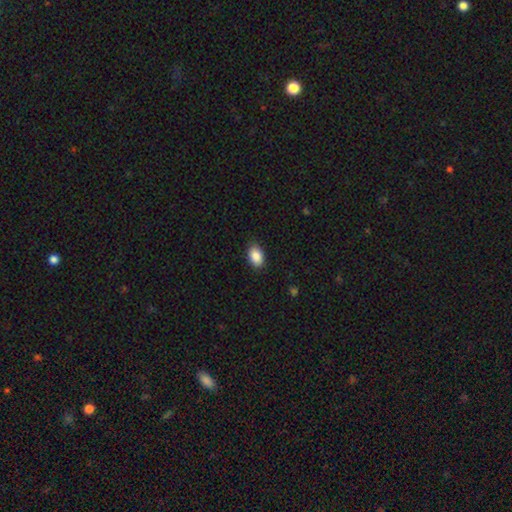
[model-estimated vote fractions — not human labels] Smooth or featured?
  - smooth: 89% *
  - star or artifact: 7%
  - featured or disk: 4%
How rounded?
  - in between: 88% *
  - round: 11%
  - cigar-shaped: 1%
Merging?
  - none: 87% *
  - minor disturbance: 10%
  - major disturbance: 2%
  - merger: 1%